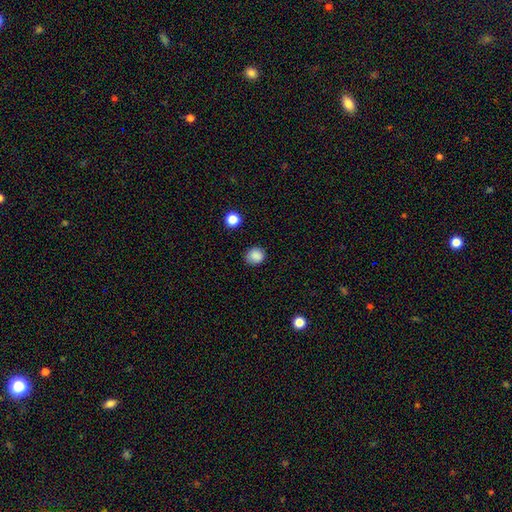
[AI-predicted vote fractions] Overall: smooth (86%). How rounded: round (82%). Merging: none (84%).